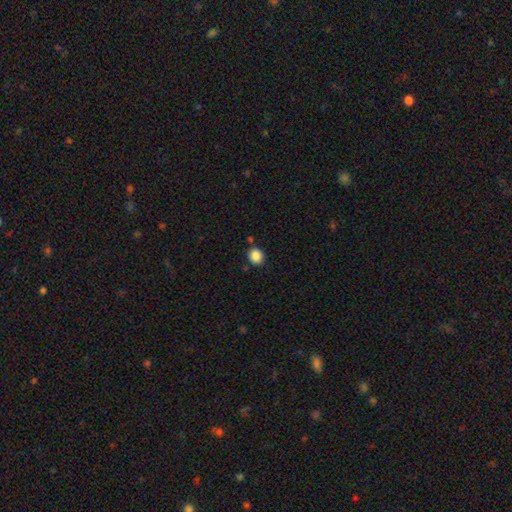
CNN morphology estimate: Overall: smooth (87%). How rounded: round (73%). Merging: none (85%).